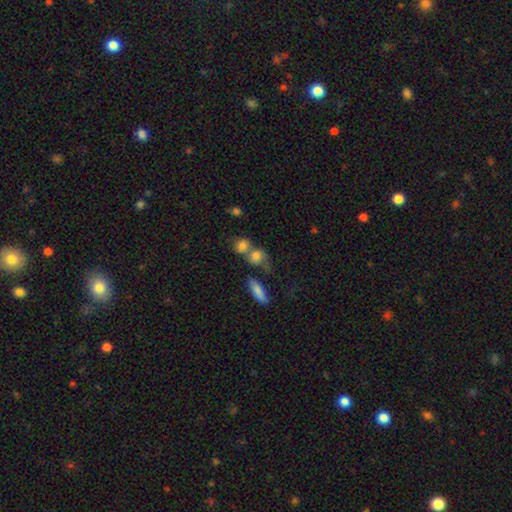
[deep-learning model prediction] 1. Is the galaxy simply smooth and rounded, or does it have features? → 71% smooth, 17% featured or disk, 12% star or artifact.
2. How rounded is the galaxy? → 55% round, 41% in between, 4% cigar-shaped.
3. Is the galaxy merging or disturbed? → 50% merger, 31% none, 11% minor disturbance, 7% major disturbance.